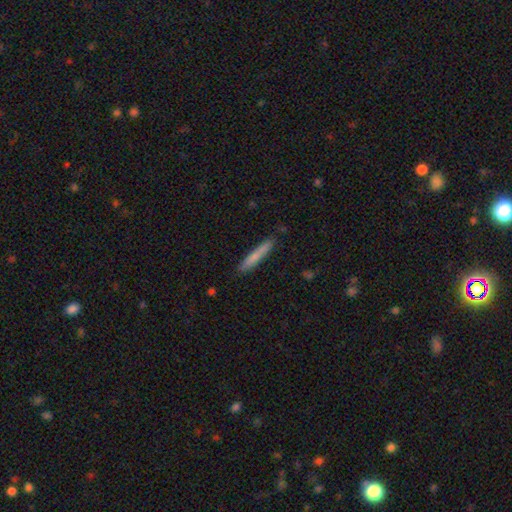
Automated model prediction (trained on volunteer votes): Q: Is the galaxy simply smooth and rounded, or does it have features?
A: smooth — 74%.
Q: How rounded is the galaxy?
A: cigar-shaped — 95%.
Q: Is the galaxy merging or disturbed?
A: none — 88%.